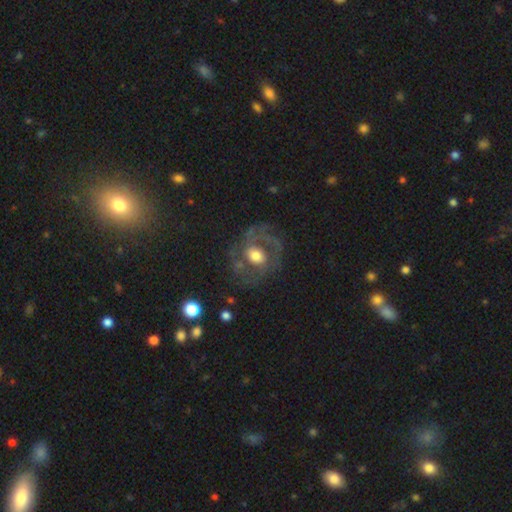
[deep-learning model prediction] A featured or disk galaxy (71%) with no bar (68%), 2 (43%) medium (45%) spiral arms (74%) and a moderate central bulge (62%). Merging: none (60%).